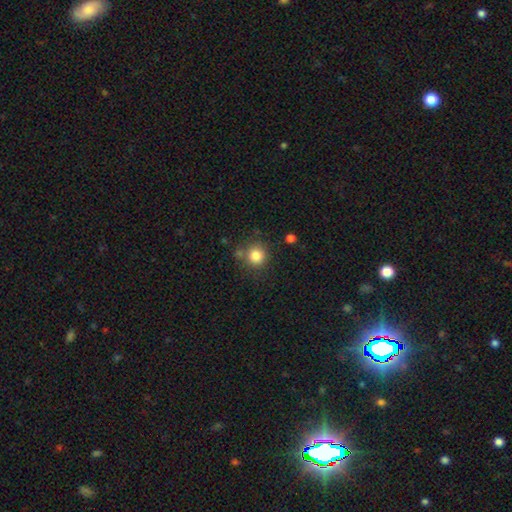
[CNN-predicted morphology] Smooth or featured? smooth (83%)
How rounded? round (92%)
Merging? none (78%)